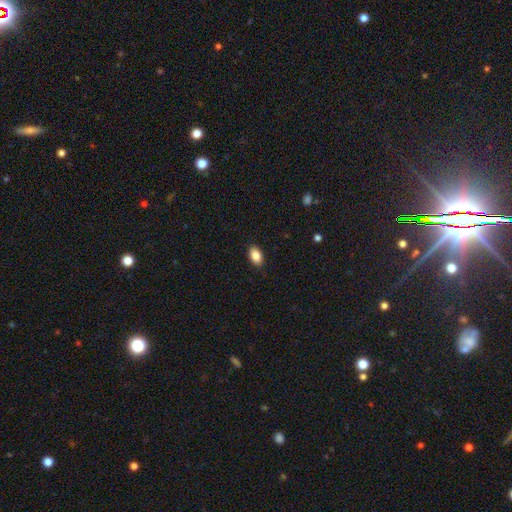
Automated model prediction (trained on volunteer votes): smooth-or-featured: smooth: 86% | star or artifact: 8% | featured or disk: 6%
  how-rounded: in between: 90% | round: 9% | cigar-shaped: 2%
  merging: none: 89% | minor disturbance: 8% | major disturbance: 2% | merger: 1%